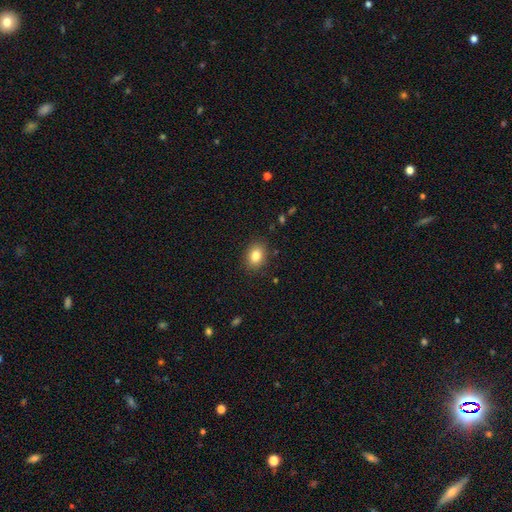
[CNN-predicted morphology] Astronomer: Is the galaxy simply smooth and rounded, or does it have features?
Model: smooth — 83%.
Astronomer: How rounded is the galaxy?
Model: in between — 64%.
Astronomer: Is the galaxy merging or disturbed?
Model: none — 88%.